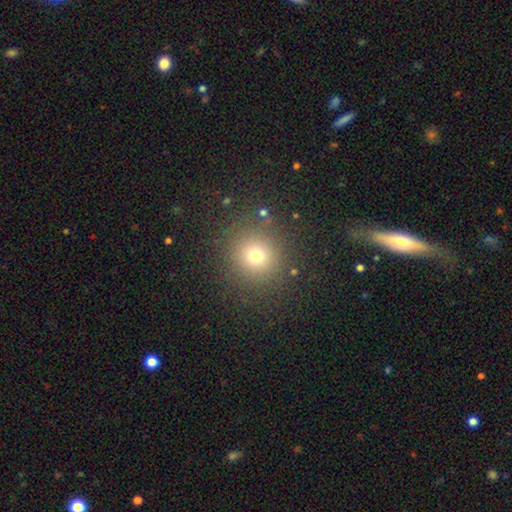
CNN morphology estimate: Overall: smooth (71%). How rounded: round (93%). Merging: none (86%).